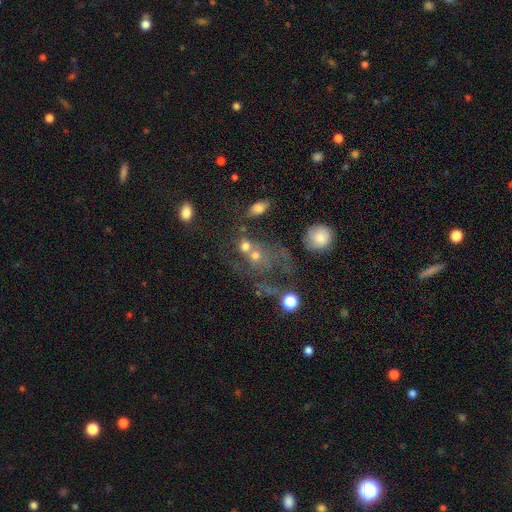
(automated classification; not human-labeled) A smooth galaxy with no disk features (58%) that is round (68%).

Vote fractions:
- Smooth or featured? smooth: 58% / featured or disk: 24% / star or artifact: 19%
- How rounded? round: 68% / in between: 31% / cigar-shaped: 2%
- Merging? merger: 42% / none: 28% / major disturbance: 18% / minor disturbance: 12%